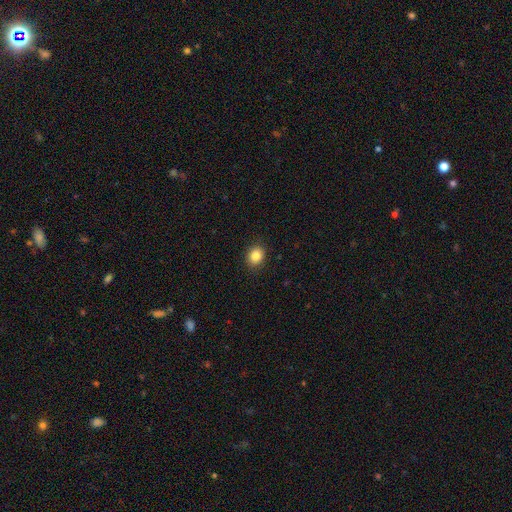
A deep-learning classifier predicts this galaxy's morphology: A smooth galaxy with no disk features (85%) that is round (56%). Merging: none (89%).